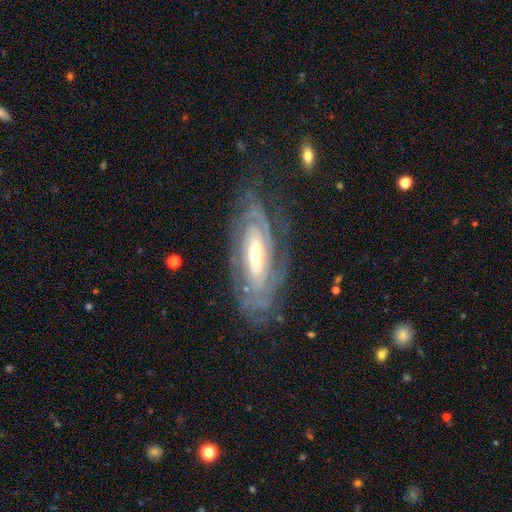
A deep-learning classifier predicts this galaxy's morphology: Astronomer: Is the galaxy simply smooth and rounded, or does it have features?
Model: featured or disk — 84%.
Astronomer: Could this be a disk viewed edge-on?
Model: no — 88%.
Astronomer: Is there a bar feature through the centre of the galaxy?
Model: no — 49% (runner-up: weak, 29%).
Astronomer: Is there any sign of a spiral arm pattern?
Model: yes — 93%.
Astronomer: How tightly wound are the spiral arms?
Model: tight — 75%.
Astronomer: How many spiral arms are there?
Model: can't tell — 45% (runner-up: 2, 20%).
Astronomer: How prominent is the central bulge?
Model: moderate — 47% (runner-up: small, 42%).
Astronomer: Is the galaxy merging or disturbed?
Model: none — 71%.